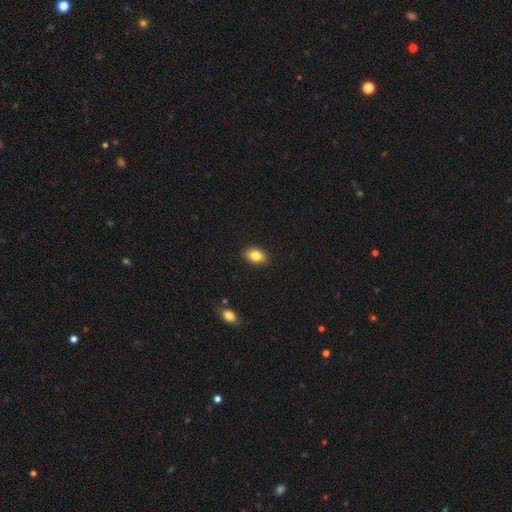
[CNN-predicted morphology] Smooth or featured: smooth — 84% (star or artifact — 8%)
How rounded: in between — 87% (round — 11%)
Merging: none — 89% (minor disturbance — 8%)